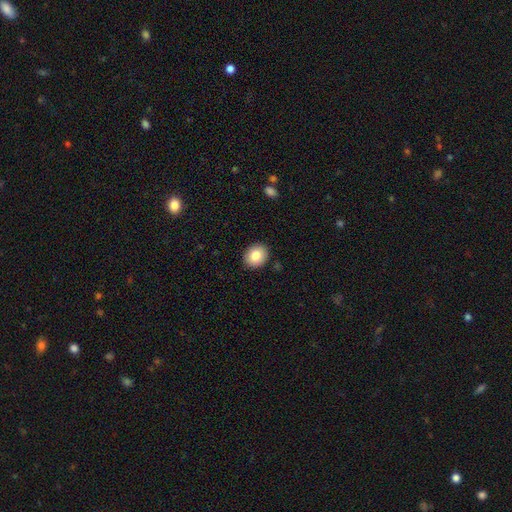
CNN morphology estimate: A smooth galaxy with no disk features (84%) that is round (59%). Merging: none (90%).